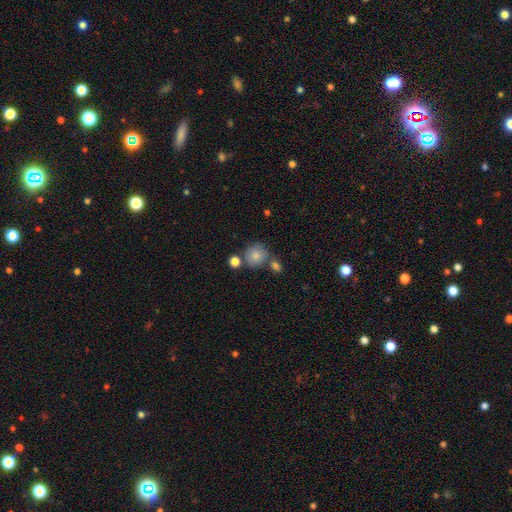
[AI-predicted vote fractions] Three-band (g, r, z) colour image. It shows a smooth galaxy with no disk features (82%) that is round (87%). Merging: none (64%).